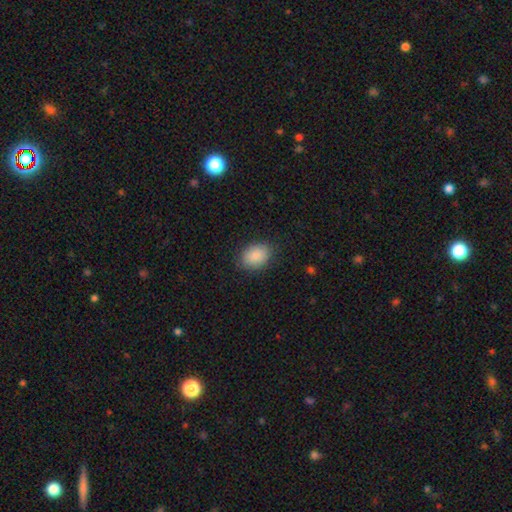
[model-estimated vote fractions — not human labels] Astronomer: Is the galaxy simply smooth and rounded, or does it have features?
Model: smooth — 88%.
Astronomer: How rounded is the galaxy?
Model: in between — 74%.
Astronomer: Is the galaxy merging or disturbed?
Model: none — 85%.